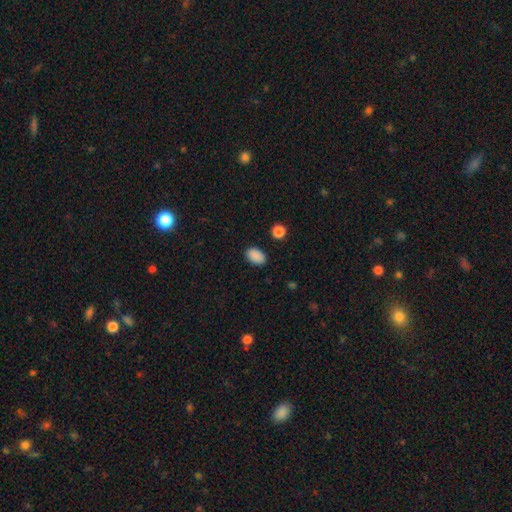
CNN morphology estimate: This appears to be a smooth galaxy with no disk features (89%) that is in between round and cigar-shaped (87%). Merging: none (88%).